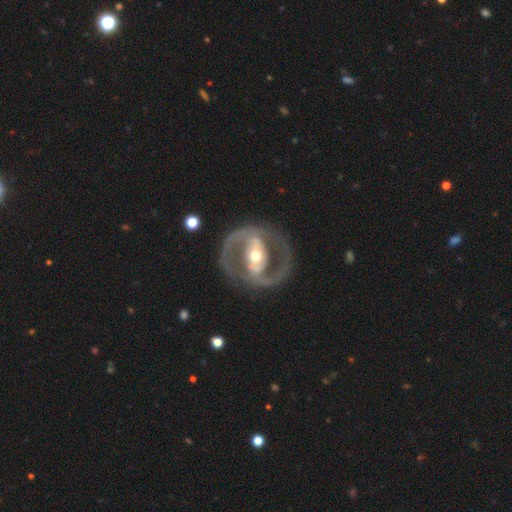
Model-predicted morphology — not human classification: smooth_or_featured: featured or disk (p=0.87) [alt: smooth p=0.09]
disk_edge_on: no (p=0.96) [alt: yes p=0.04]
bar: strong (p=0.49) [alt: weak p=0.28]
has_spiral_arms: yes (p=0.81) [alt: no p=0.19]
spiral_winding: medium (p=0.54) [alt: tight p=0.27]
spiral_arm_count: 2 (p=0.90) [alt: can't tell p=0.04]
bulge_size: moderate (p=0.68) [alt: small p=0.22]
merging: none (p=0.80) [alt: minor disturbance p=0.11]